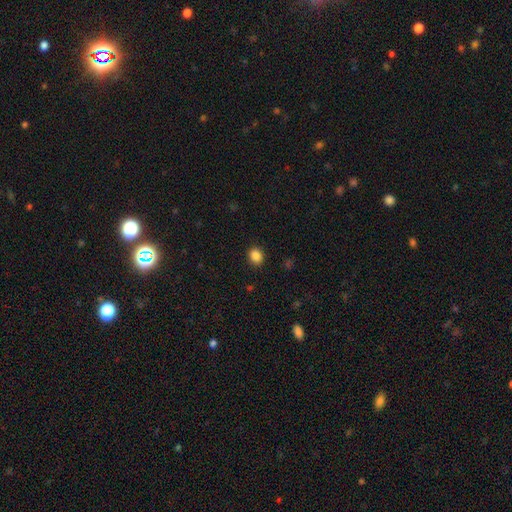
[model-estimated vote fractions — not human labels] The model was most divided on "how rounded": round: 62%, in between: 37%, cigar-shaped: 1%. More confident: merging — none (90%); smooth or featured — smooth (87%).